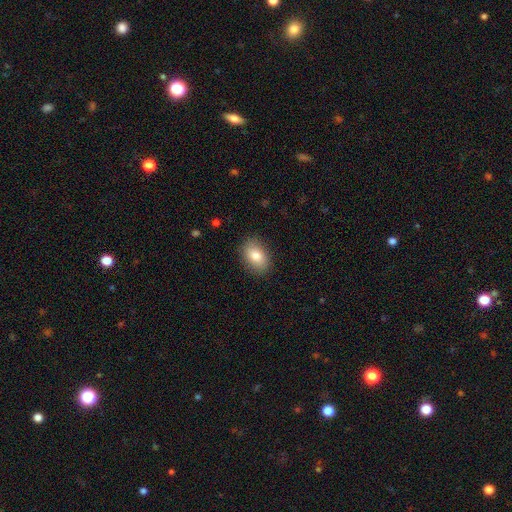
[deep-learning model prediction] This is clearly a smooth galaxy (81%). How rounded: clearly in between (81%). Merging: clearly none (87%).